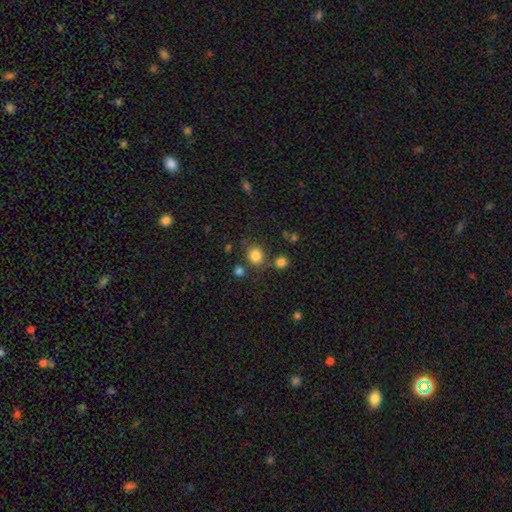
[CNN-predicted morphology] Smooth or featured: smooth — 83% (star or artifact — 12%)
How rounded: round — 81% (in between — 18%)
Merging: none — 76% (minor disturbance — 10%)